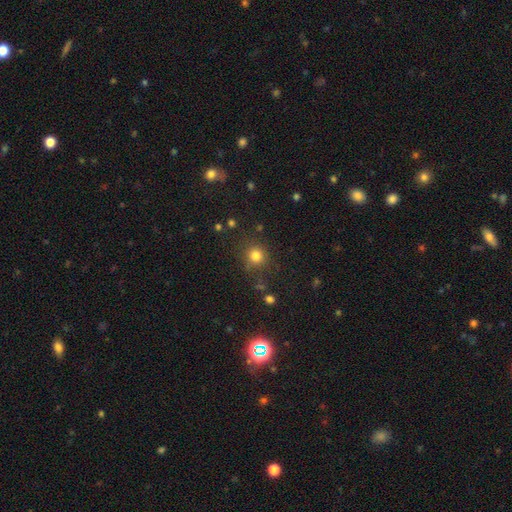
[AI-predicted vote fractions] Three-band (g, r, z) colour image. It shows a smooth galaxy with no disk features (80%) that is round (90%). Merging: none (83%).